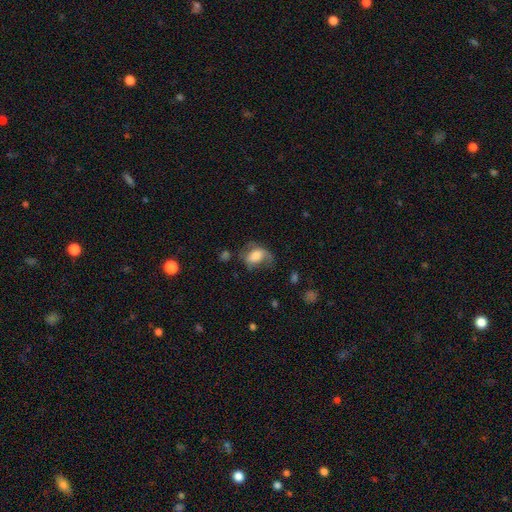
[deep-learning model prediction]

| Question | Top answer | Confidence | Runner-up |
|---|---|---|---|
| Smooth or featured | smooth | 57% | featured or disk (34%) |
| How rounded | in between | 75% | round (24%) |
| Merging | none | 38% | major disturbance (31%) |